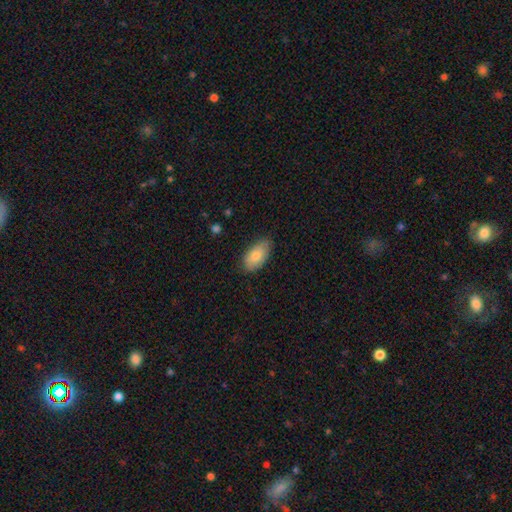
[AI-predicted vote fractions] A smooth galaxy with no disk features (80%) that is in between round and cigar-shaped (94%). Merging: none (80%).